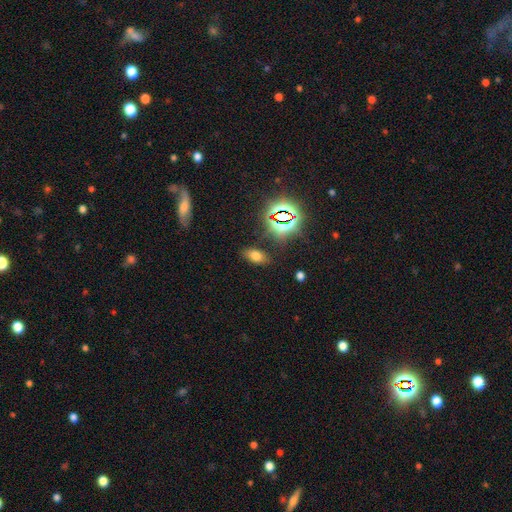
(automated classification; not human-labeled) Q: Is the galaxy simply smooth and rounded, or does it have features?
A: smooth — 64%.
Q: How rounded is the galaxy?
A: in between — 88%.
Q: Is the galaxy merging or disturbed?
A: none — 83%.